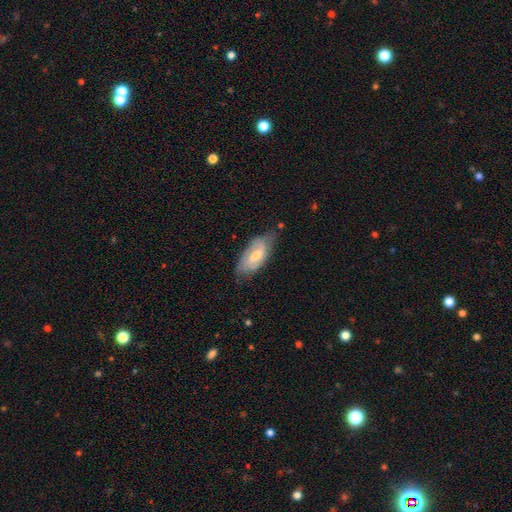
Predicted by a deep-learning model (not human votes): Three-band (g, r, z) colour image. It shows a featured or disk galaxy (63%) with a weak bar (56%), spiral arms (86%) and a moderate central bulge (54%). Merging: none (63%).